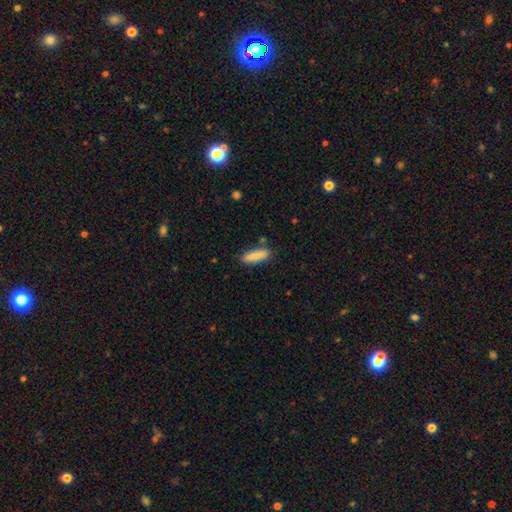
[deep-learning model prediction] Morphology: type=smooth (86%); roundness=cigar-shaped (51%); merging=none (82%).